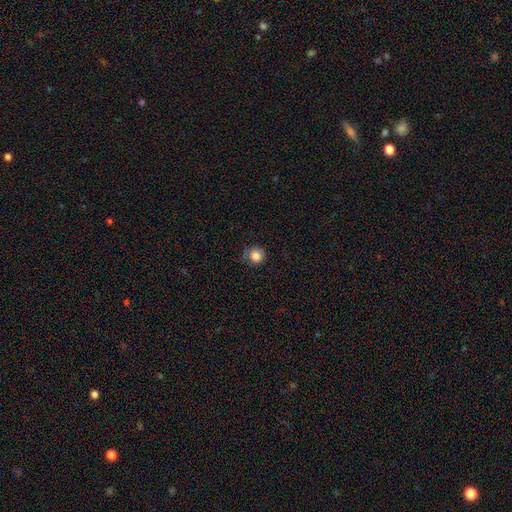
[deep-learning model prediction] This is clearly a smooth galaxy (84%). How rounded: clearly round (93%). Merging: clearly none (81%).